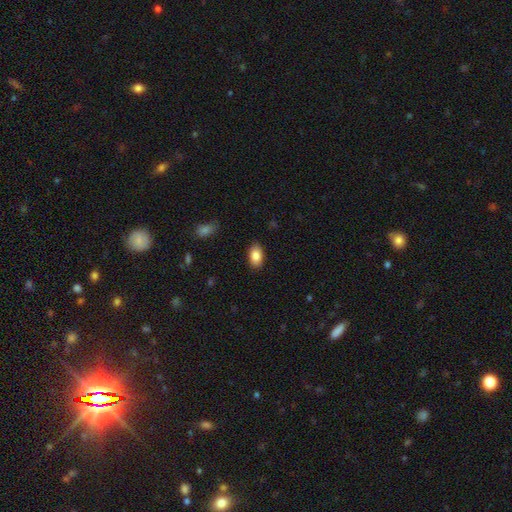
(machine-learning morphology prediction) smooth_or_featured: smooth (p=0.86) [alt: star or artifact p=0.07]
how_rounded: in between (p=0.91) [alt: round p=0.07]
merging: none (p=0.87) [alt: minor disturbance p=0.10]